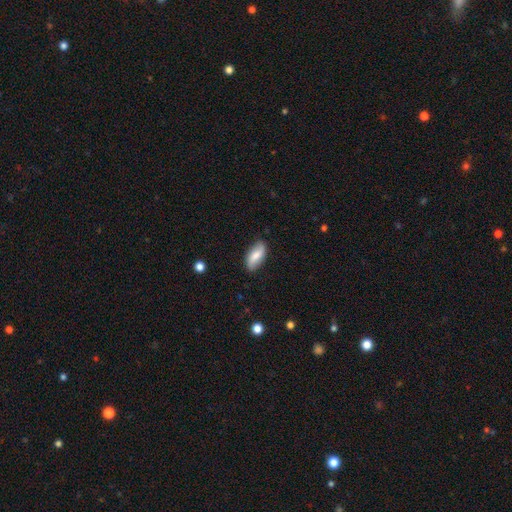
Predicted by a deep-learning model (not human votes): Smooth or featured? smooth (69%)
How rounded? in between (87%)
Merging? none (84%)